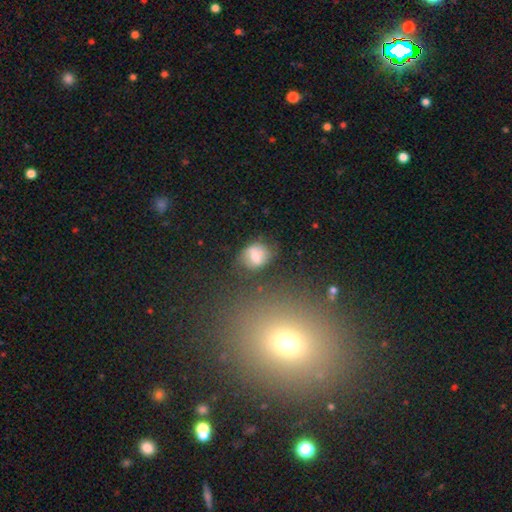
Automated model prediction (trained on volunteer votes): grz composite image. It shows a smooth galaxy with no disk features (49%). Merging: none (65%).